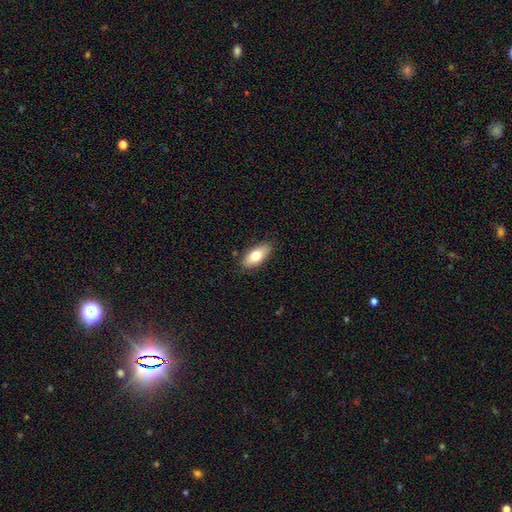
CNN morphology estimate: smooth_or_featured: smooth (p=0.75) [alt: featured or disk p=0.18]
how_rounded: in between (p=0.86) [alt: cigar-shaped p=0.11]
merging: none (p=0.86) [alt: minor disturbance p=0.11]